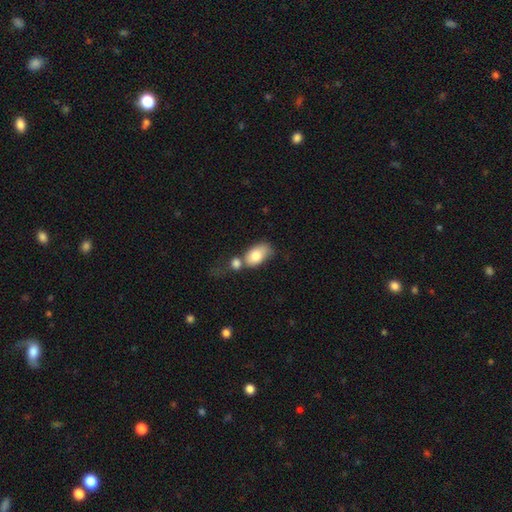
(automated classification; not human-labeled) Morphology: type=smooth (78%); roundness=in between (90%); merging=merger (45%).